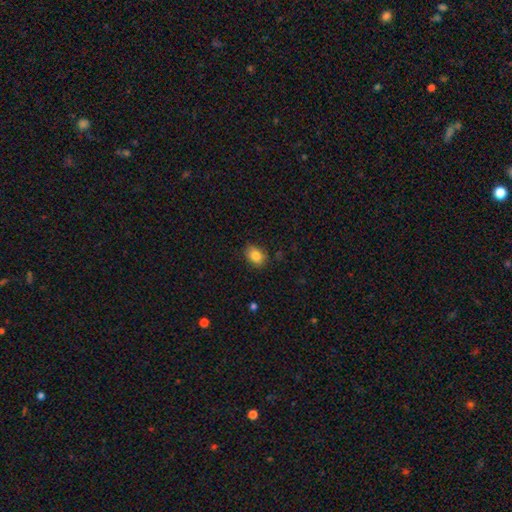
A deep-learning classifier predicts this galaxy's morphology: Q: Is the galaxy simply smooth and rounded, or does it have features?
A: smooth — 84%.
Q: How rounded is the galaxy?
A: in between — 65%.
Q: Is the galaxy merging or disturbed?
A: none — 81%.